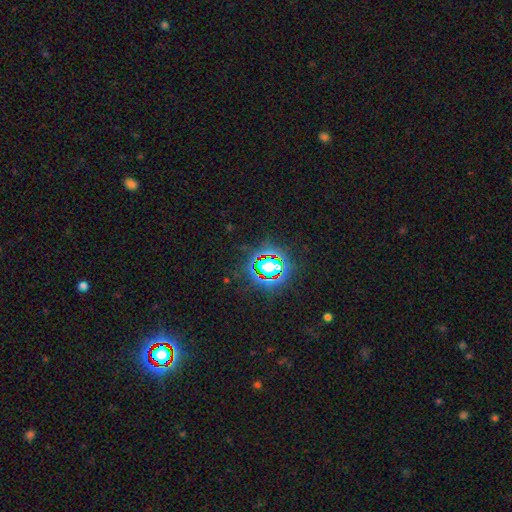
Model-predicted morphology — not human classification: Overall: star or artifact (81%).